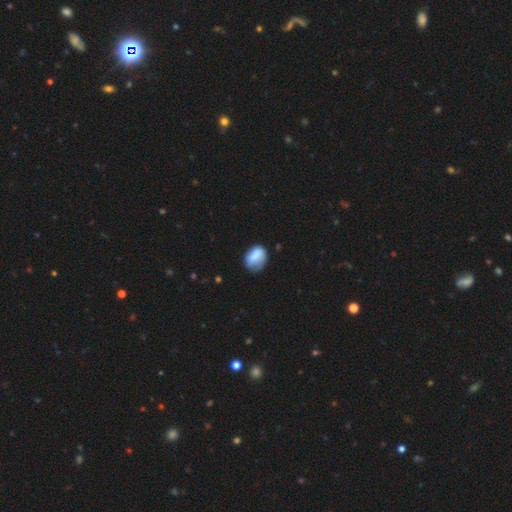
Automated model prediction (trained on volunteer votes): Smooth or featured? Predicted: smooth (p=0.76). How rounded? Predicted: in between (p=0.67). Merging? Predicted: none (p=0.51).